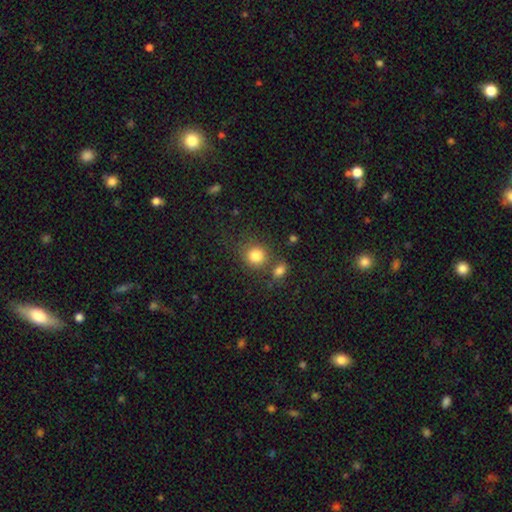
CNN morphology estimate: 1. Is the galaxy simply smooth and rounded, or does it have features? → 82% smooth, 11% star or artifact, 7% featured or disk.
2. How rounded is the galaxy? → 84% round, 15% in between, 1% cigar-shaped.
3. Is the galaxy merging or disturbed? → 66% none, 18% merger, 11% minor disturbance, 5% major disturbance.